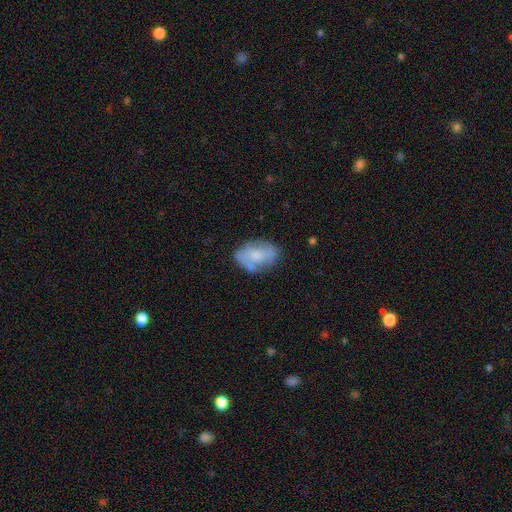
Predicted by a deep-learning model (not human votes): Overall: smooth (56%; featured or disk 37%). How rounded: in between (85%). Merging: none (60%; minor disturbance 25%).